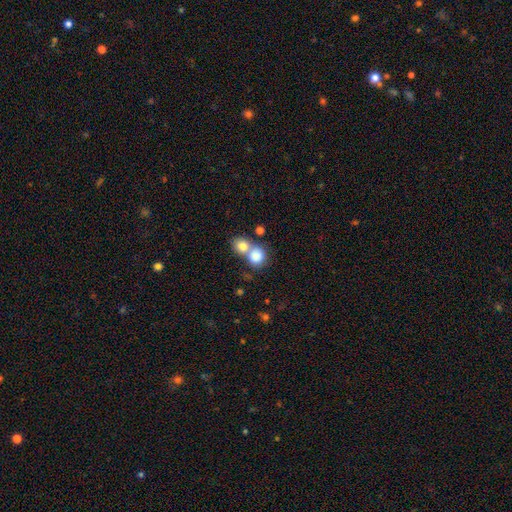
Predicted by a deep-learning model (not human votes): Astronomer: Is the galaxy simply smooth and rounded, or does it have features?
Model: smooth — 82%.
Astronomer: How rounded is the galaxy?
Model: round — 77%.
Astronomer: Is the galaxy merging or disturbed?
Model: merger — 57%.